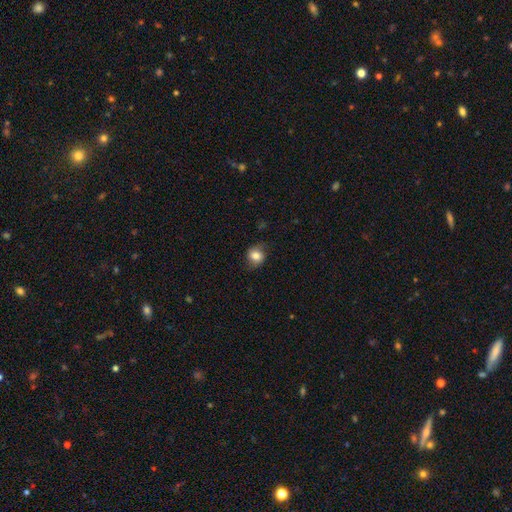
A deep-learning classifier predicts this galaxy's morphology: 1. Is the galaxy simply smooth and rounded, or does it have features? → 79% smooth, 12% featured or disk, 10% star or artifact.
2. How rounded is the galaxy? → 71% round, 28% in between, 1% cigar-shaped.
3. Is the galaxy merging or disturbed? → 76% none, 18% minor disturbance, 5% major disturbance, 1% merger.